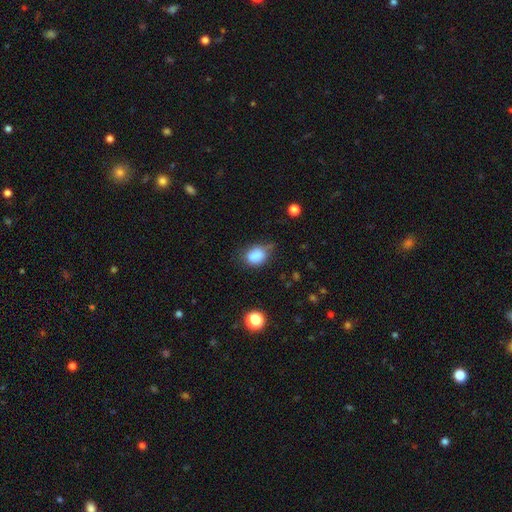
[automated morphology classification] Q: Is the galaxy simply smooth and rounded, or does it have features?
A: smooth — 83%.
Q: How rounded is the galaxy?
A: in between — 60%.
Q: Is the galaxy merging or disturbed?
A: none — 49%.